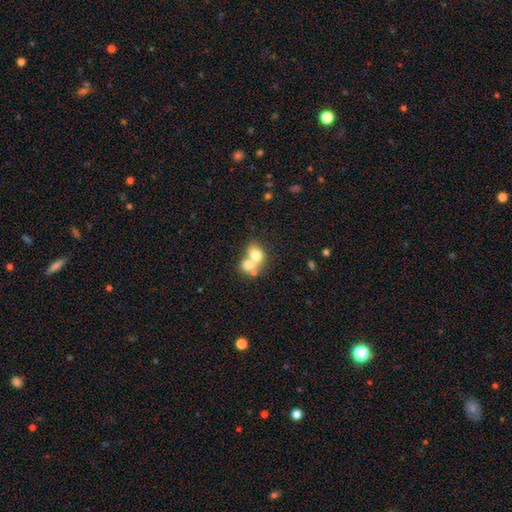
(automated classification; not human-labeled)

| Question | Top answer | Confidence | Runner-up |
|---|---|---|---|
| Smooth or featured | smooth | 69% | featured or disk (21%) |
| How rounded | round | 53% | in between (46%) |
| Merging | merger | 72% | none (19%) |